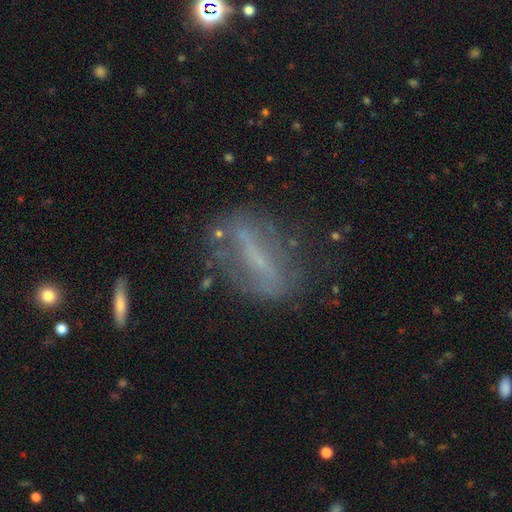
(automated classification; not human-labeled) Smooth or featured? Predicted: featured or disk (p=0.57). Edge-on disk? Predicted: no (p=0.66). Merging? Predicted: none (p=0.63).